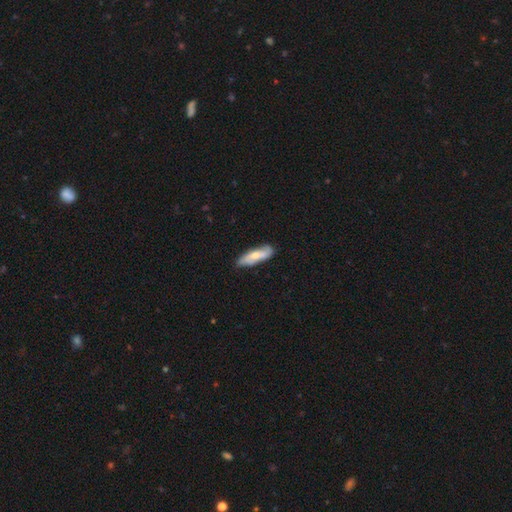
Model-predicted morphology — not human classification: Smooth or featured?
  - smooth: 55% *
  - featured or disk: 40%
  - star or artifact: 6%
How rounded?
  - in between: 50% *
  - cigar-shaped: 48%
  - round: 2%
Merging?
  - none: 76% *
  - minor disturbance: 19%
  - major disturbance: 3%
  - merger: 2%